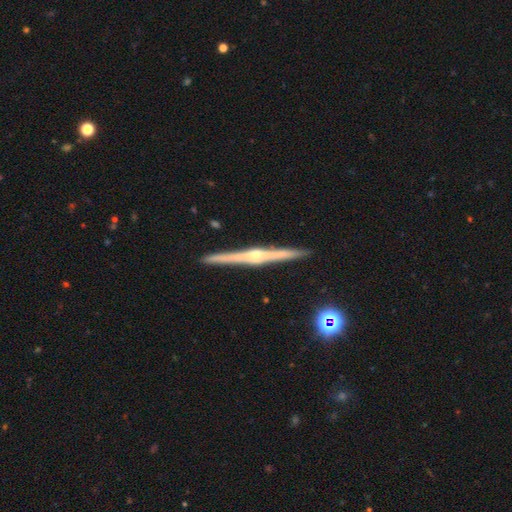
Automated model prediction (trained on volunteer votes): featured or disk 85%, smooth 10%, star or artifact 5%. Down the decision tree: edge-on disk — yes (99%); edge-on bulge — rounded (82%); merging — none (93%).